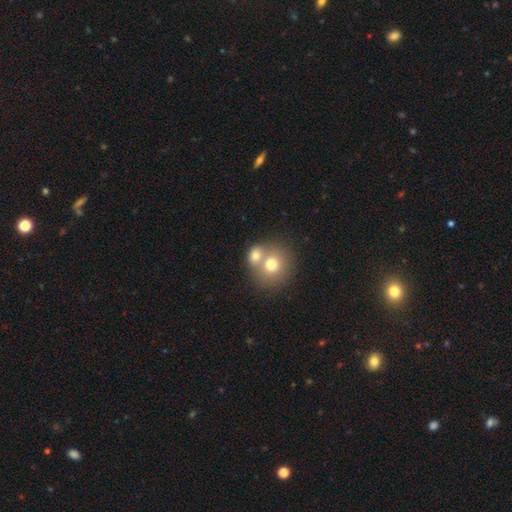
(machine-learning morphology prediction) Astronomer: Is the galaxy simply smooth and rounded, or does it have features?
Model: smooth — 73%.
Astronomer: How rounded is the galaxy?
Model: round — 70%.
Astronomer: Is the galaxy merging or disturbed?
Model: merger — 57% (runner-up: none, 33%).